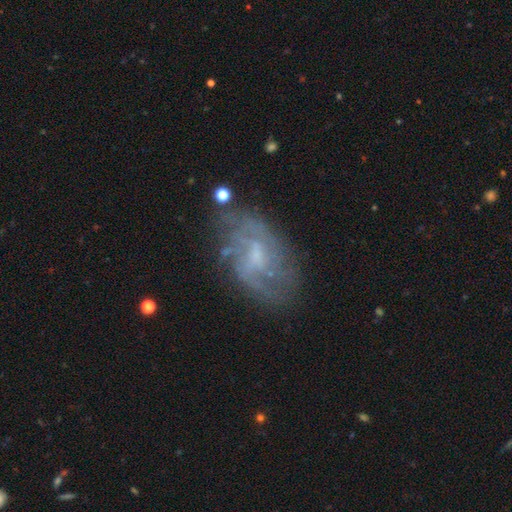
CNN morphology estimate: The model was most divided on "bar": weak: 49%, no: 44%, strong: 7%. Remaining: edge-on disk — no (96%); spiral arms — yes (82%); smooth or featured — featured or disk (75%); merging — none (65%); bulge size — small (51%); spiral arm count — can't tell (43%); spiral winding — medium (41%).